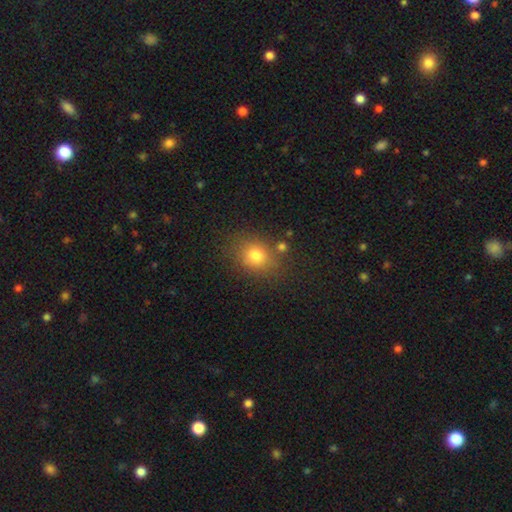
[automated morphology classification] A smooth galaxy with no disk features (77%) that is round (61%). Merging: none (76%).